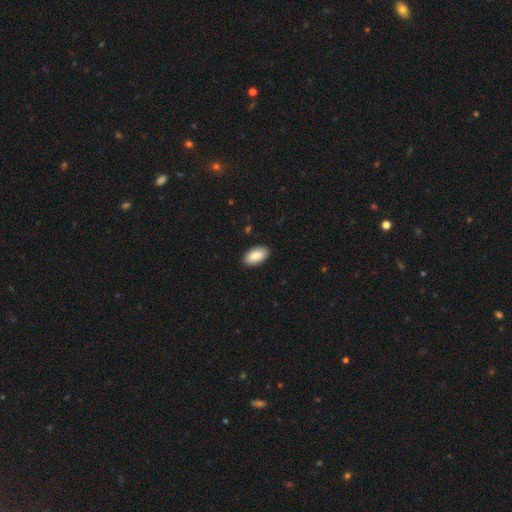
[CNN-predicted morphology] This is clearly a smooth galaxy (88%). How rounded: clearly in between (95%). Merging: clearly none (90%).